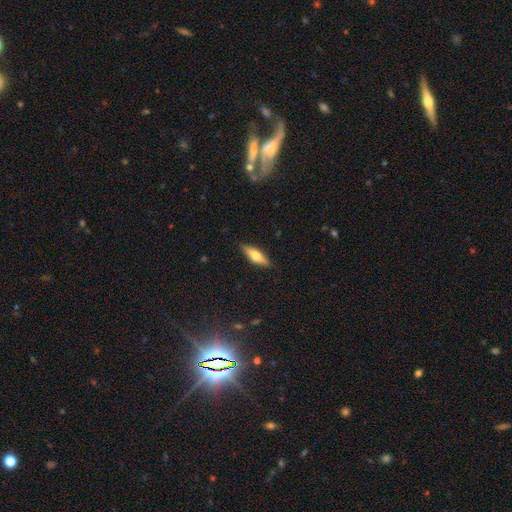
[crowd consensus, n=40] Volunteers were most divided on "how rounded": cigar-shaped: 52%, in between: 44%, round: 4%. More confident: merging — none (95%); smooth or featured — smooth (62%).